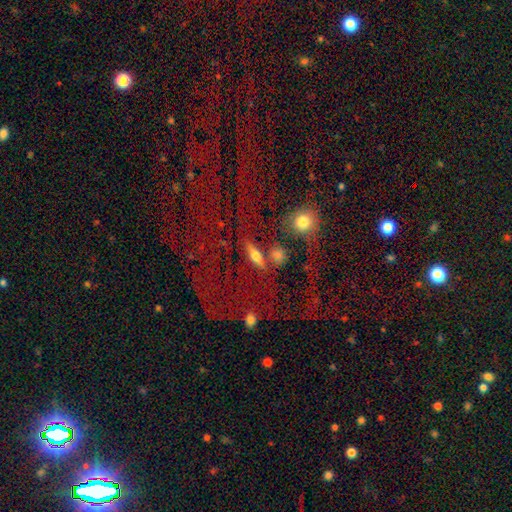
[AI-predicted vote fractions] Q: Smooth or featured?
A: smooth (47%); runner-up: featured or disk (37%)
Q: Merging?
A: none (77%); runner-up: minor disturbance (11%)